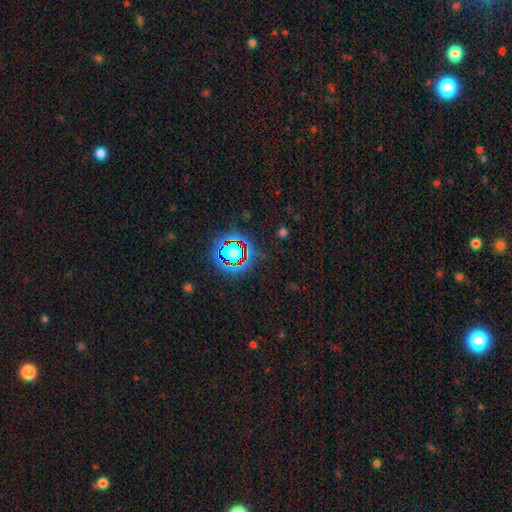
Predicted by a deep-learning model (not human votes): This appears to be a star or artifact, not a galaxy (81%).